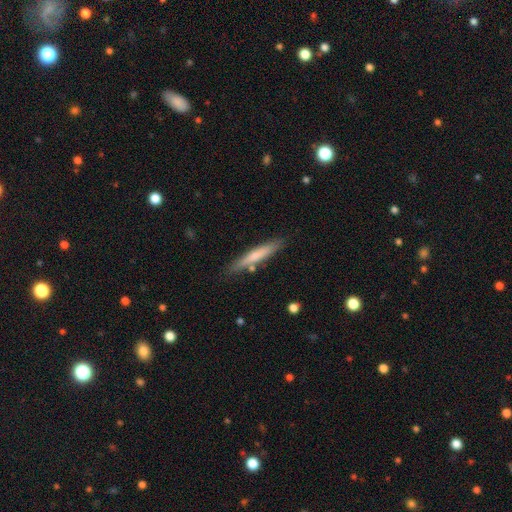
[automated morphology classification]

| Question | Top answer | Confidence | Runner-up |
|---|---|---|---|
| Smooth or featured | smooth | 64% | featured or disk (30%) |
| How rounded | cigar-shaped | 93% | in between (6%) |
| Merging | none | 82% | minor disturbance (11%) |